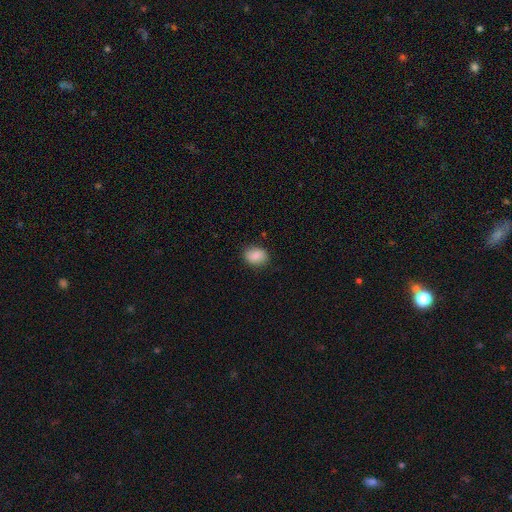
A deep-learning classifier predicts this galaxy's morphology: Smooth or featured? smooth (85%)
How rounded? in between (54%)
Merging? none (84%)